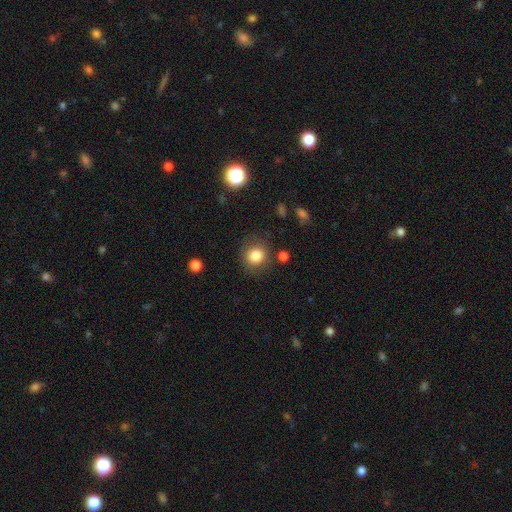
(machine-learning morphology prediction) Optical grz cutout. It shows a smooth galaxy with no disk features (83%) that is round (85%). Merging: none (81%).